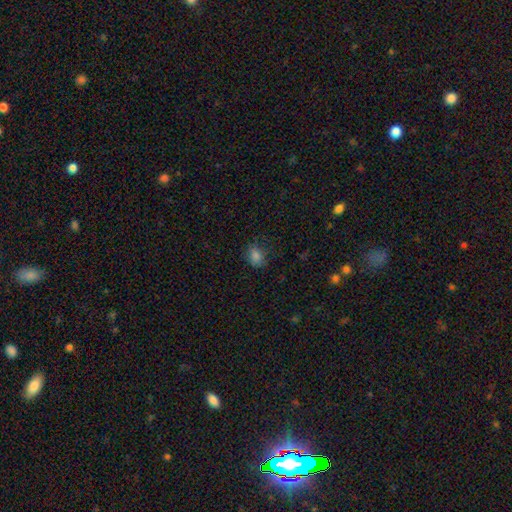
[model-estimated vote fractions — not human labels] smooth 81%, star or artifact 13%, featured or disk 6%. Down the decision tree: how rounded — in between (50%); merging — none (76%).